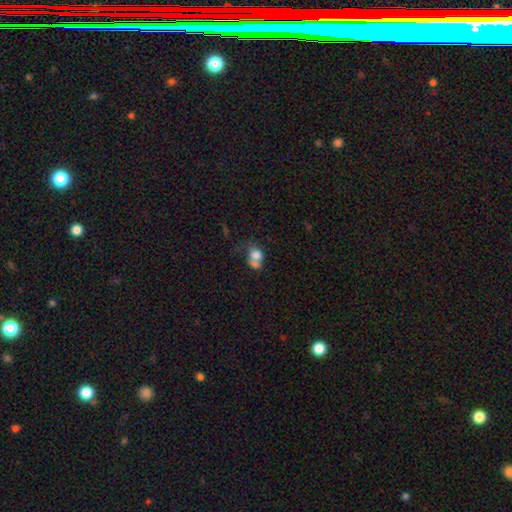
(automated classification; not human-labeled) Smooth or featured?
  - smooth: 73% *
  - featured or disk: 16%
  - star or artifact: 11%
How rounded?
  - round: 54% *
  - in between: 45%
  - cigar-shaped: 1%
Merging?
  - merger: 57% *
  - none: 21%
  - major disturbance: 12%
  - minor disturbance: 10%